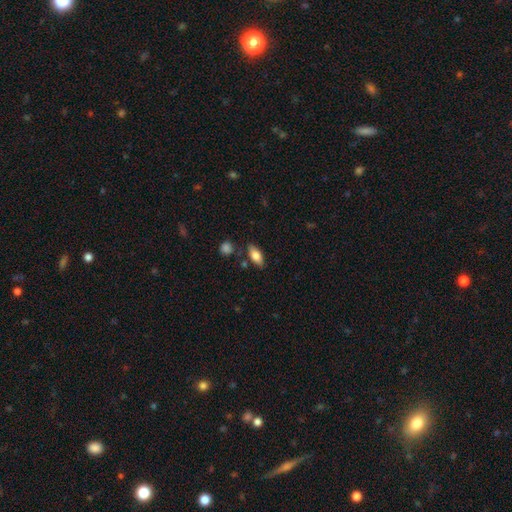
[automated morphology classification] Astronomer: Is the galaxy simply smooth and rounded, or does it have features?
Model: smooth — 75%.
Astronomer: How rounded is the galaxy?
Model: in between — 84%.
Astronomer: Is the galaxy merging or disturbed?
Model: none — 80%.